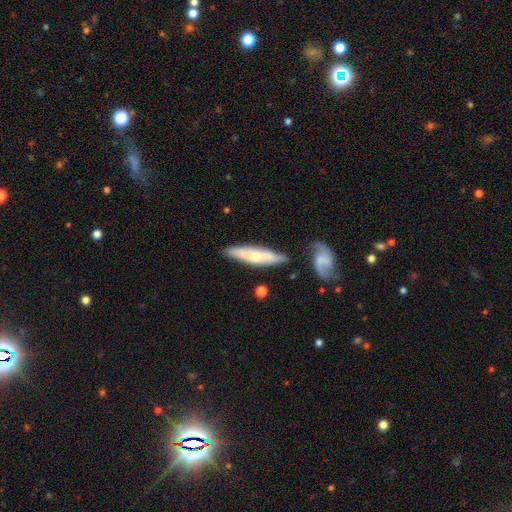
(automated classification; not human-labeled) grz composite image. It shows a smooth galaxy with no disk features (49%). Merging: none (75%).